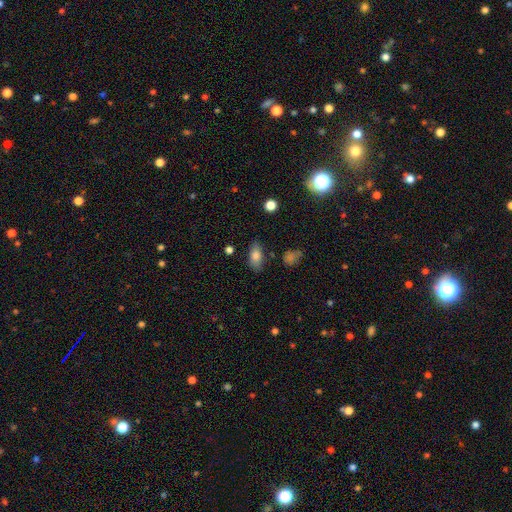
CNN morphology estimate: Smooth or featured: smooth — 80% (featured or disk — 12%)
How rounded: in between — 88% (cigar-shaped — 7%)
Merging: none — 79% (minor disturbance — 15%)